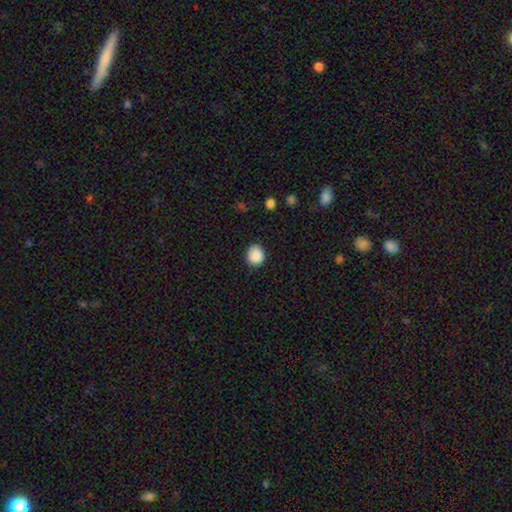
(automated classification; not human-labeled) Smooth or featured?
  - smooth: 89% *
  - star or artifact: 9%
  - featured or disk: 3%
How rounded?
  - round: 82% *
  - in between: 17%
  - cigar-shaped: 1%
Merging?
  - none: 86% *
  - minor disturbance: 10%
  - major disturbance: 2%
  - merger: 1%